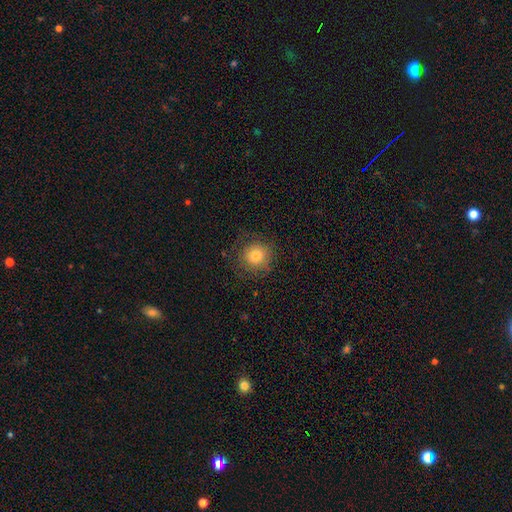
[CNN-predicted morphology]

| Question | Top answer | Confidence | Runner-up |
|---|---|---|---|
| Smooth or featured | smooth | 78% | featured or disk (12%) |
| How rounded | round | 90% | in between (9%) |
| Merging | none | 78% | minor disturbance (14%) |